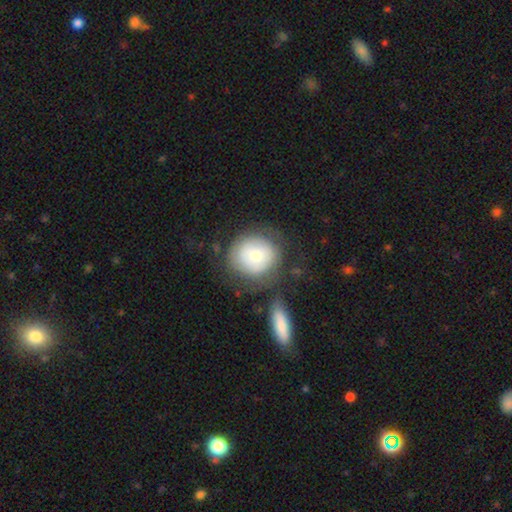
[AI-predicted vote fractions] The model was most divided on "smooth or featured": smooth: 64%, featured or disk: 29%, star or artifact: 7%. More confident: how rounded — round (83%); merging — none (60%).